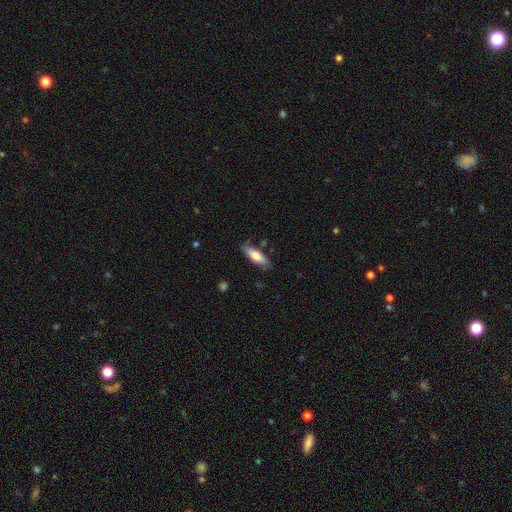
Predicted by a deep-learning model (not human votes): Smooth or featured? Predicted: smooth (p=0.71). How rounded? Predicted: in between (p=0.57). Merging? Predicted: none (p=0.72).